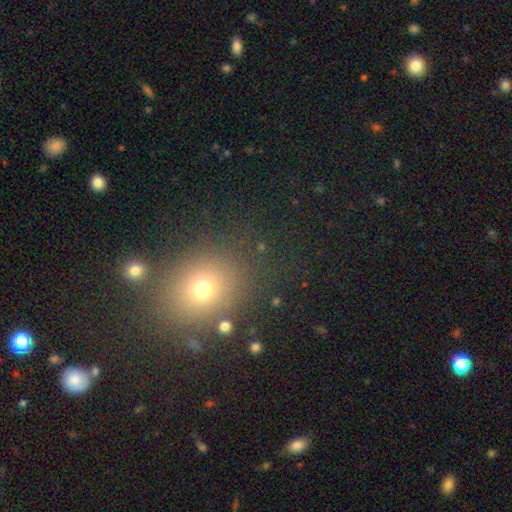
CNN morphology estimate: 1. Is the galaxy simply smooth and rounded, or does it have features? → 61% smooth, 29% star or artifact, 10% featured or disk.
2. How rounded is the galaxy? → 63% round, 35% in between, 1% cigar-shaped.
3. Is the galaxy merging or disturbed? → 83% none, 9% minor disturbance, 4% merger, 4% major disturbance.